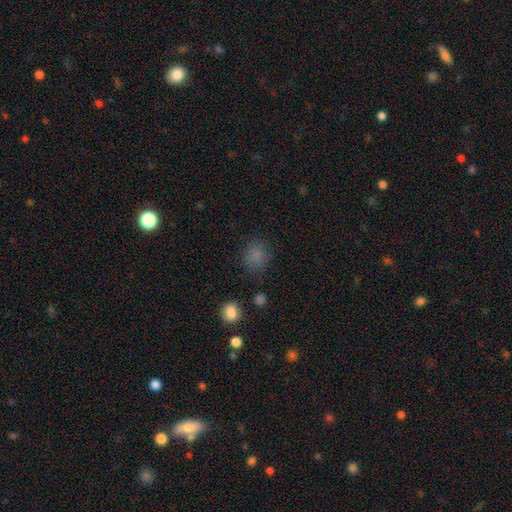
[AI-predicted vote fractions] smooth-or-featured: smooth: 79% | star or artifact: 16% | featured or disk: 5%
  how-rounded: round: 75% | in between: 24% | cigar-shaped: 1%
  merging: none: 80% | minor disturbance: 13% | major disturbance: 5% | merger: 2%